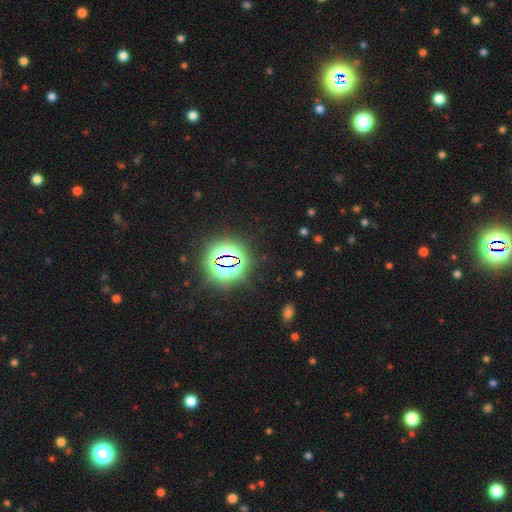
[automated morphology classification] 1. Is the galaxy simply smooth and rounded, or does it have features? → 83% star or artifact, 10% smooth, 6% featured or disk.